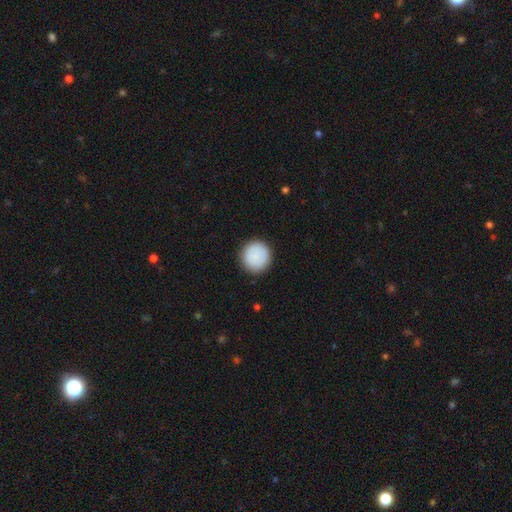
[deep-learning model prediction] smooth-or-featured: smooth: 84% | featured or disk: 10% | star or artifact: 7%
  how-rounded: round: 96% | in between: 3% | cigar-shaped: 1%
  merging: none: 91% | minor disturbance: 6% | major disturbance: 2% | merger: 1%